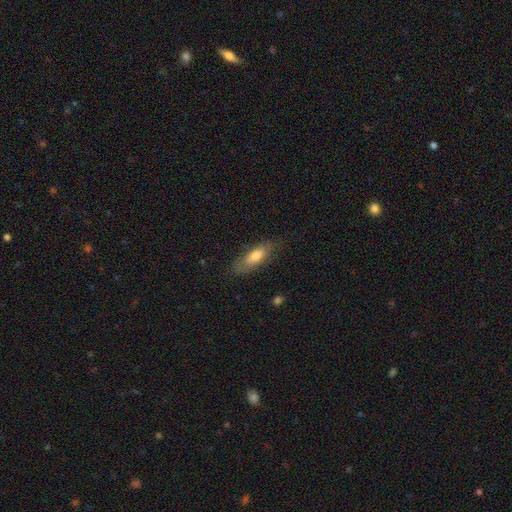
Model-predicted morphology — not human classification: smooth_or_featured: smooth (p=0.70) [alt: featured or disk p=0.24]
how_rounded: in between (p=0.64) [alt: cigar-shaped p=0.34]
merging: none (p=0.75) [alt: minor disturbance p=0.18]